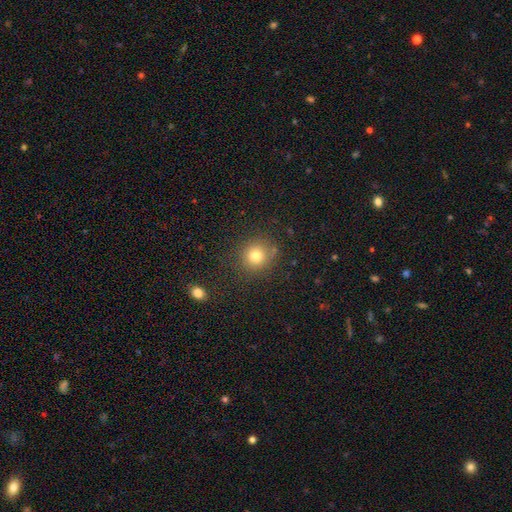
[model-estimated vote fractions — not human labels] Smooth or featured? smooth (79%)
How rounded? round (89%)
Merging? none (83%)